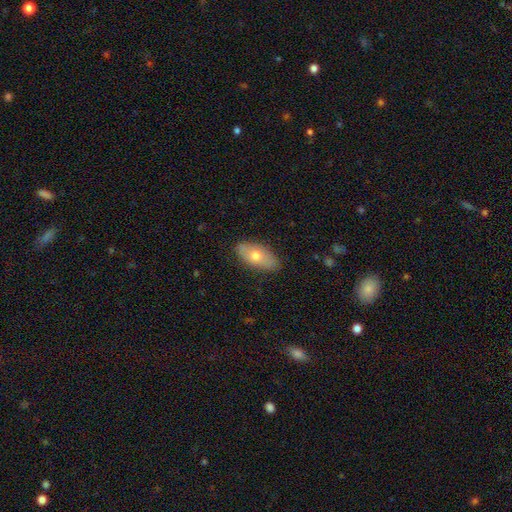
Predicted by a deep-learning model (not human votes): This appears to be a smooth galaxy with no disk features (66%) that is in between round and cigar-shaped (90%). Merging: none (82%).